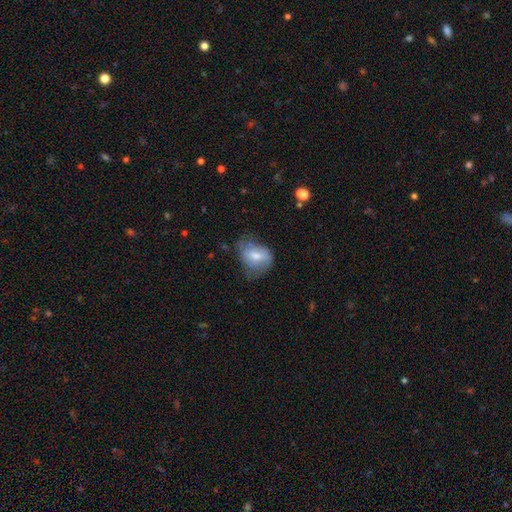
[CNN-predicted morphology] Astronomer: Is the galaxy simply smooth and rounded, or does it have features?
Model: smooth — 60%.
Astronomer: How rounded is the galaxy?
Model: in between — 65%.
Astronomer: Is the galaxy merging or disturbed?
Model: none — 41% (runner-up: minor disturbance, 36%).